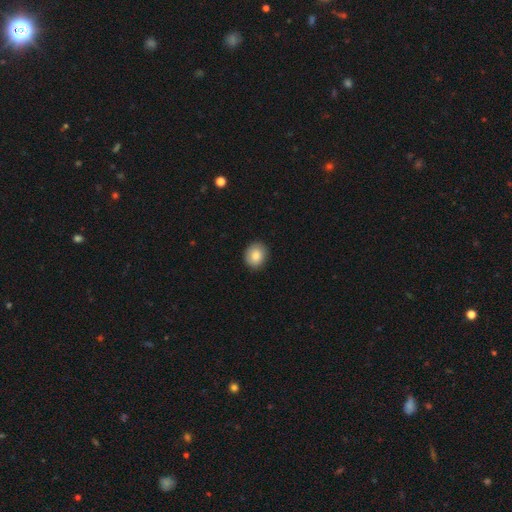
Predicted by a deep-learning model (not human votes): A smooth galaxy with no disk features (85%) that is round (73%).

Vote fractions:
- Smooth or featured? smooth: 85% / star or artifact: 8% / featured or disk: 8%
- How rounded? round: 73% / in between: 26% / cigar-shaped: 1%
- Merging? none: 88% / minor disturbance: 9% / major disturbance: 2% / merger: 1%